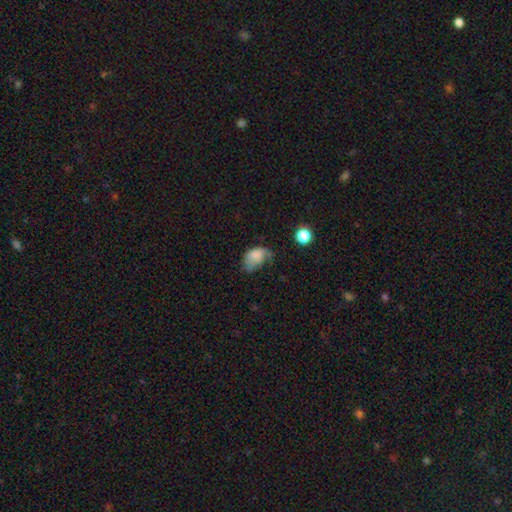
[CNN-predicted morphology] Smooth or featured? Predicted: smooth (p=0.74). How rounded? Predicted: in between (p=0.84). Merging? Predicted: minor disturbance (p=0.38).